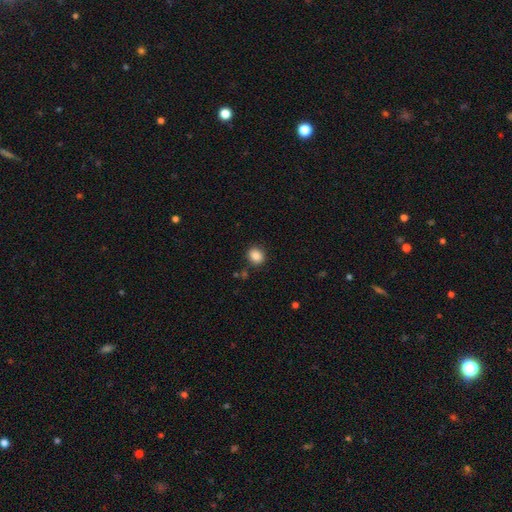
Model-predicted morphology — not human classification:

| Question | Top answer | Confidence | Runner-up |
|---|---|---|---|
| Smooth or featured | smooth | 86% | star or artifact (9%) |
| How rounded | round | 68% | in between (31%) |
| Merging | none | 87% | minor disturbance (8%) |